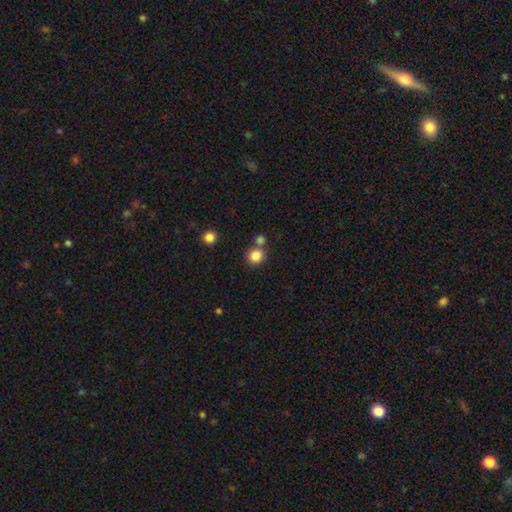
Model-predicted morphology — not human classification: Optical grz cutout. It shows a smooth galaxy with no disk features (84%) that is round (91%). Merging: none (70%).